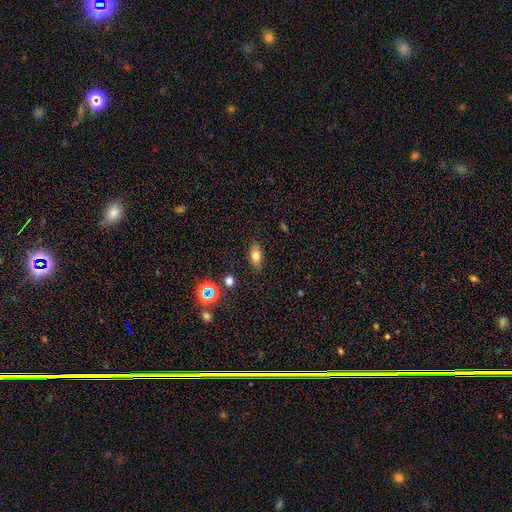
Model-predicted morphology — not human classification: Smooth or featured?
  - smooth: 72% *
  - featured or disk: 15%
  - star or artifact: 12%
How rounded?
  - in between: 81% *
  - cigar-shaped: 12%
  - round: 8%
Merging?
  - none: 85% *
  - minor disturbance: 10%
  - major disturbance: 3%
  - merger: 2%